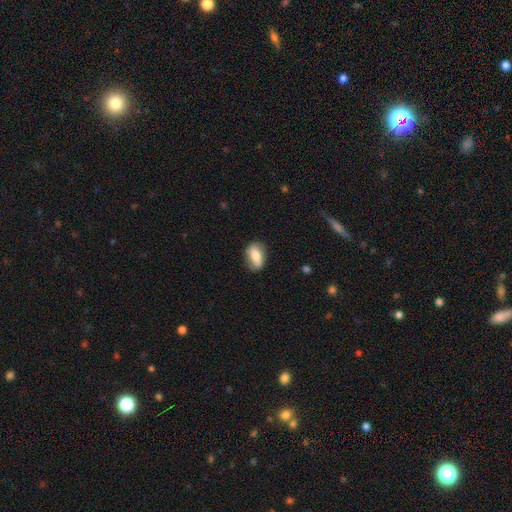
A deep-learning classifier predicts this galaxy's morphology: Smooth or featured? smooth (64%)
How rounded? in between (80%)
Merging? none (81%)